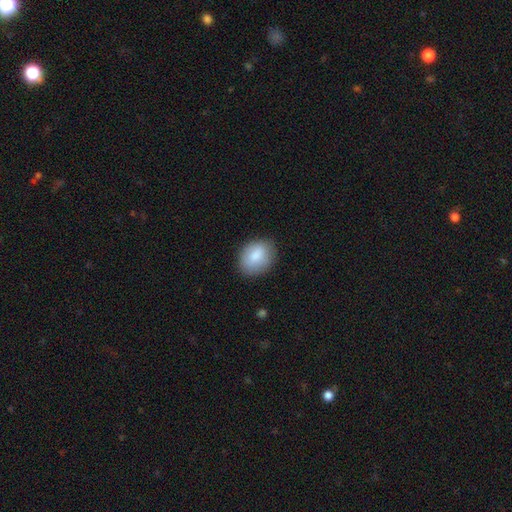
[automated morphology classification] Q: Smooth or featured?
A: smooth (85%); runner-up: featured or disk (8%)
Q: How rounded?
A: in between (68%); runner-up: round (31%)
Q: Merging?
A: none (82%); runner-up: minor disturbance (14%)